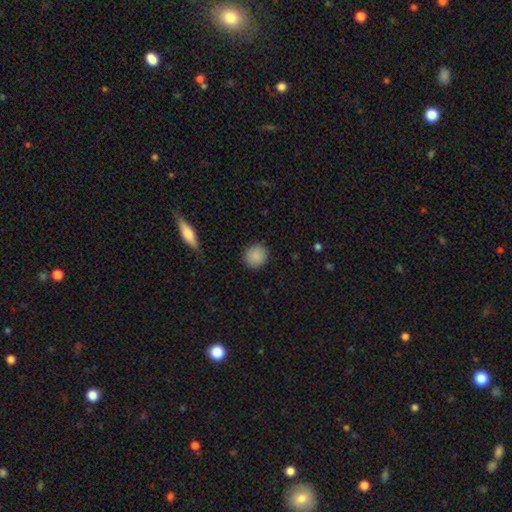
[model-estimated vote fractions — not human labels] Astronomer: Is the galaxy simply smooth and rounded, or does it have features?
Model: smooth — 88%.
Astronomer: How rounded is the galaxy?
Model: round — 85%.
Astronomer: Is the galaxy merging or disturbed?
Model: none — 89%.